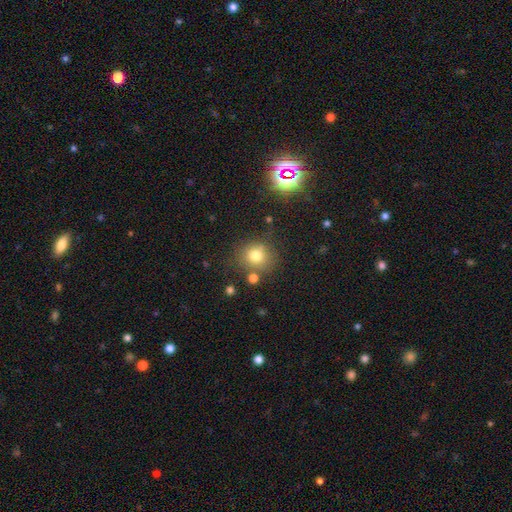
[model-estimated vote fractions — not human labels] This appears to be a smooth galaxy with no disk features (75%) that is round (84%). Merging: none (74%).